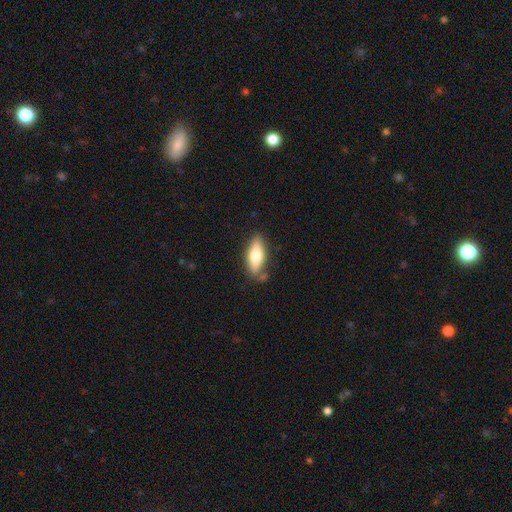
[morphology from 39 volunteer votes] A smooth galaxy with no disk features (62%) that is in between round and cigar-shaped (71%). Merging: none (81%).